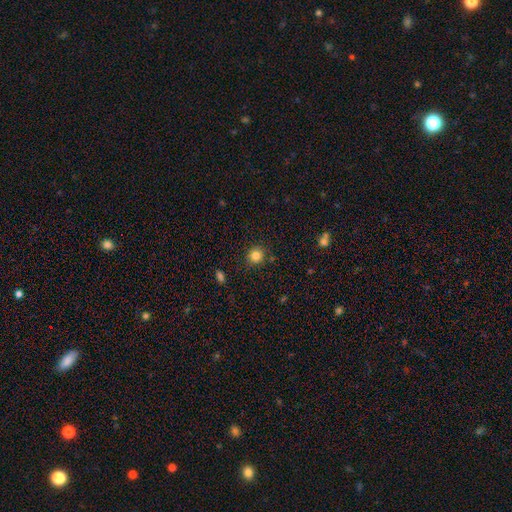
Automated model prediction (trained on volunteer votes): A smooth galaxy with no disk features (83%) that is round (88%).

Vote fractions:
- Smooth or featured? smooth: 83% / star or artifact: 12% / featured or disk: 6%
- How rounded? round: 88% / in between: 12% / cigar-shaped: 1%
- Merging? none: 87% / minor disturbance: 9% / major disturbance: 3% / merger: 2%